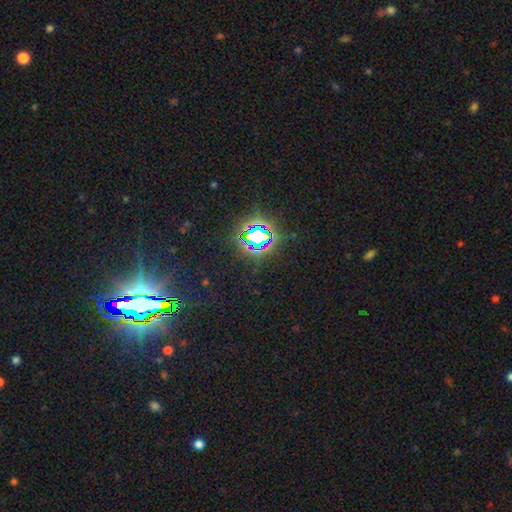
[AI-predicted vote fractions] star or artifact 84%, smooth 9%, featured or disk 7%.